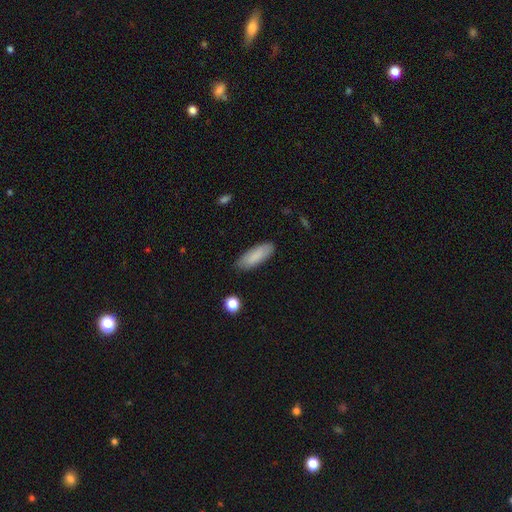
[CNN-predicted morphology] A smooth galaxy with no disk features (86%) that is in between round and cigar-shaped (62%). Merging: none (85%).